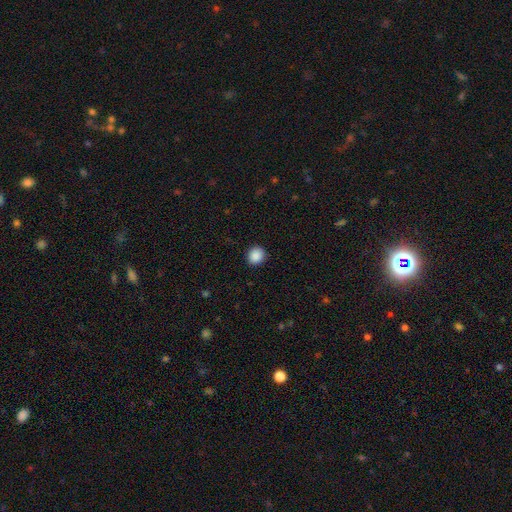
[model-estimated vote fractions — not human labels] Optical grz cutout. It shows a smooth galaxy with no disk features (89%) that is round (83%). Merging: none (92%).